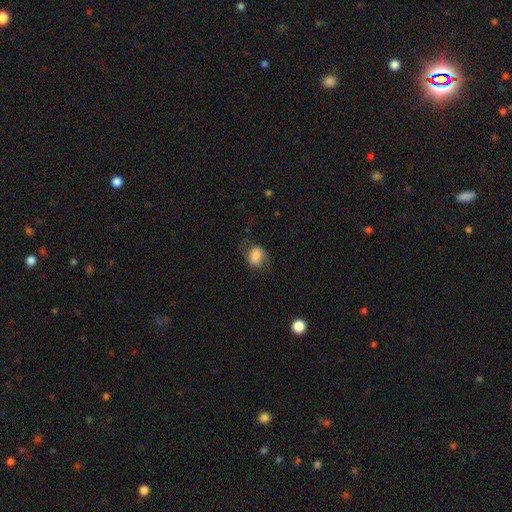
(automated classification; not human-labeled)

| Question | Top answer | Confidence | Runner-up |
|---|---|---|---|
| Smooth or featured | smooth | 62% | featured or disk (29%) |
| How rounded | in between | 58% | round (40%) |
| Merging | none | 57% | minor disturbance (23%) |